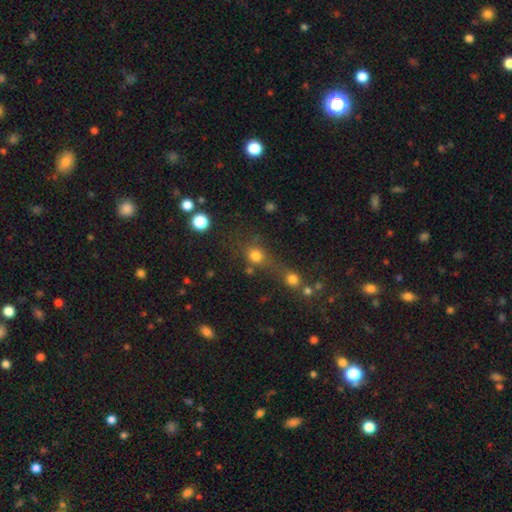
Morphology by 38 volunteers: Smooth or featured? smooth (84%)
How rounded? round (69%)
Merging? none (43%)